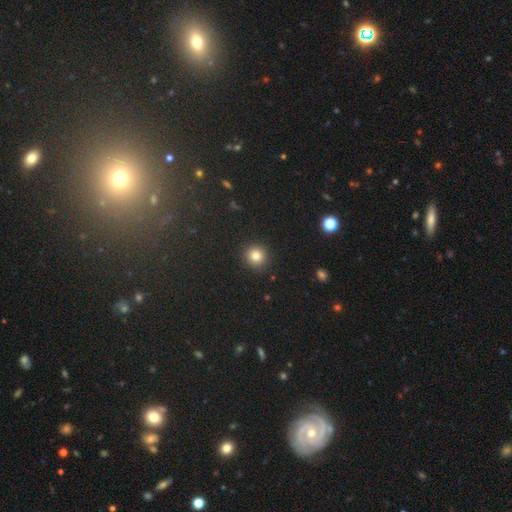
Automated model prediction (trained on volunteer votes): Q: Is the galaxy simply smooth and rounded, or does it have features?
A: smooth — 82%.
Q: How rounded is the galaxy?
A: round — 93%.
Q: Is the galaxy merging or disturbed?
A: none — 91%.